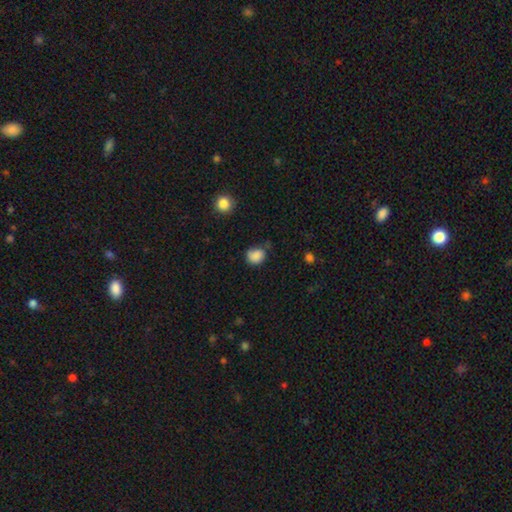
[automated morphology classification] Q: Smooth or featured?
A: smooth (85%); runner-up: star or artifact (9%)
Q: How rounded?
A: round (67%); runner-up: in between (32%)
Q: Merging?
A: none (60%); runner-up: minor disturbance (29%)